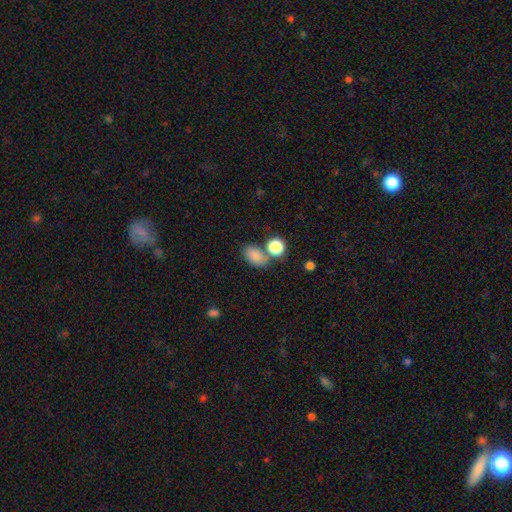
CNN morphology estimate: This is clearly a smooth galaxy (83%). How rounded: clearly in between (84%). Merging: possibly none (59%).